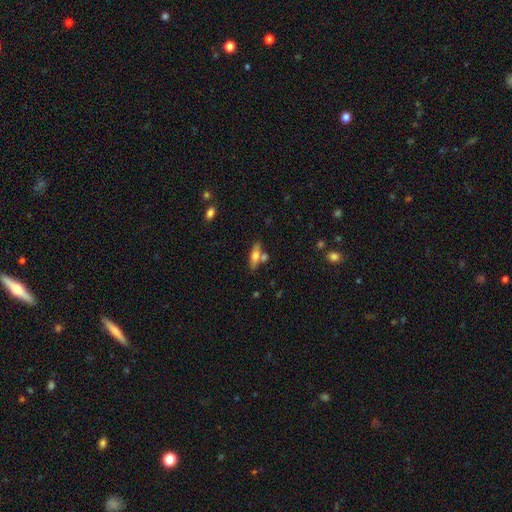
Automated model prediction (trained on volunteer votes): A smooth galaxy with no disk features (60%) that is in between round and cigar-shaped (54%).

Vote fractions:
- Smooth or featured? smooth: 60% / featured or disk: 32% / star or artifact: 8%
- How rounded? in between: 54% / cigar-shaped: 43% / round: 3%
- Merging? none: 63% / merger: 20% / minor disturbance: 13% / major disturbance: 4%